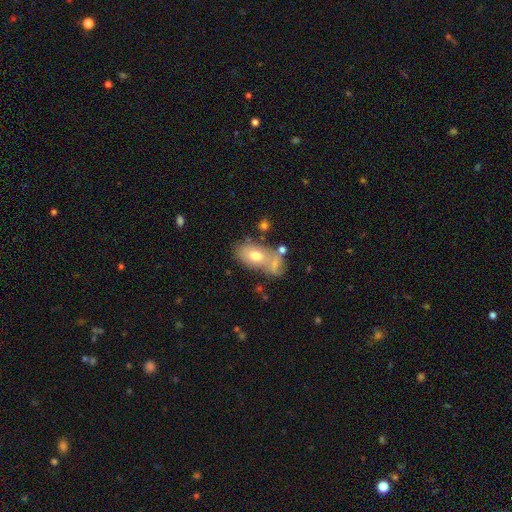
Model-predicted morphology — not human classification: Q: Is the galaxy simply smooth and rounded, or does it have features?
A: smooth — 67%.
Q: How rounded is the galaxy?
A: in between — 87%.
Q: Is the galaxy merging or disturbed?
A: none — 42%.